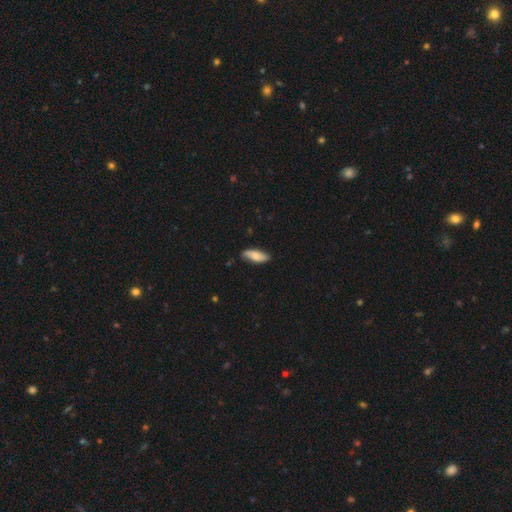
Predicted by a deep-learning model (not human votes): This appears to be a smooth galaxy with no disk features (71%) that is in between round and cigar-shaped (73%). Merging: none (80%).